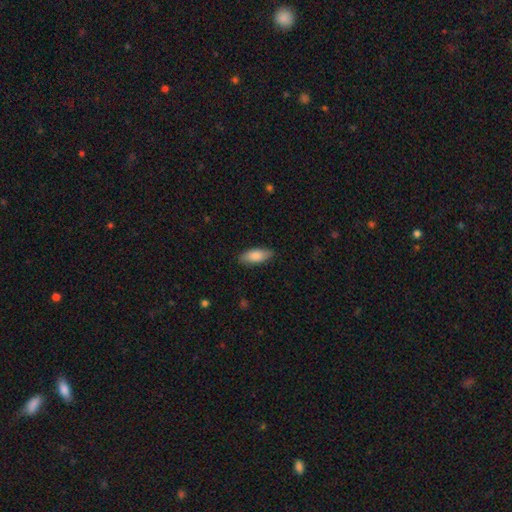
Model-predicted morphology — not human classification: type=smooth (85%); roundness=in between (83%); merging=none (86%).